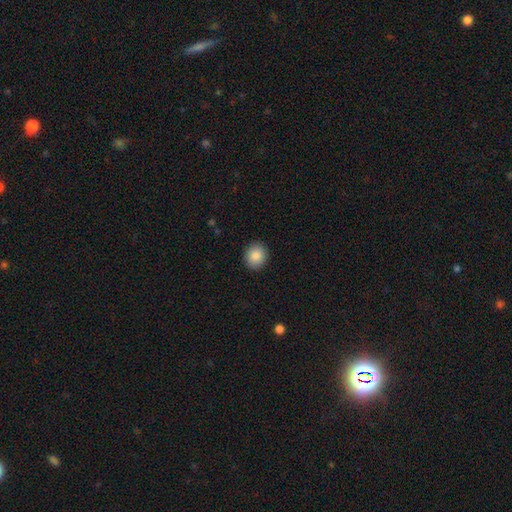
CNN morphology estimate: A smooth galaxy with no disk features (86%) that is round (74%). Merging: none (91%).